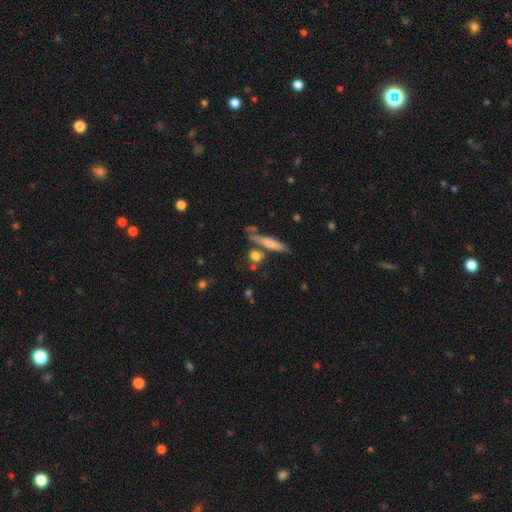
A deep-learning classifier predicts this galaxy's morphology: type=smooth (73%); roundness=round (49%); merging=none (67%).